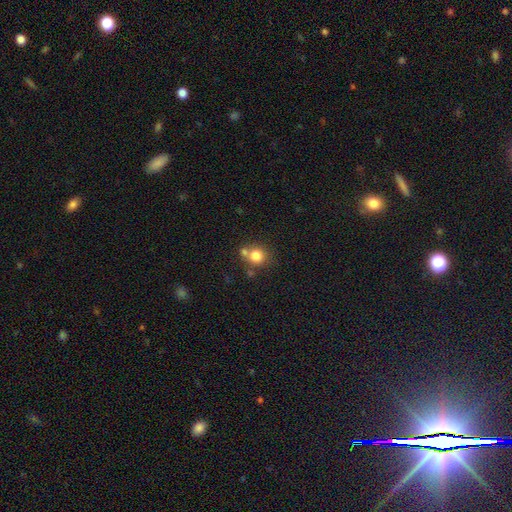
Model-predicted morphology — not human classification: This appears to be a smooth galaxy with no disk features (81%) that is round (86%). Merging: none (57%).